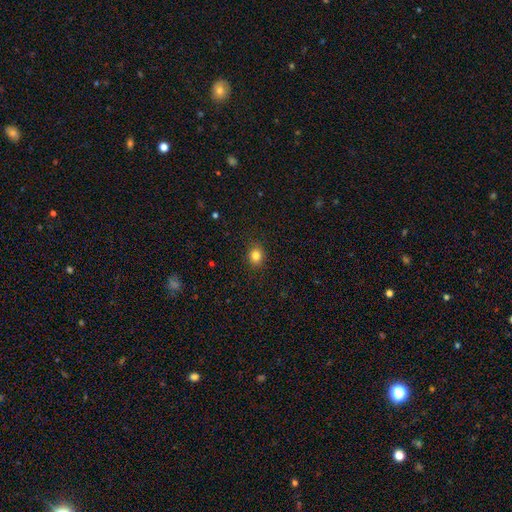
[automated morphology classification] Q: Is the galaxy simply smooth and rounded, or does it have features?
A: smooth — 83%.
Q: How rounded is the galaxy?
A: round — 74%.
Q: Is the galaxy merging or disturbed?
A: none — 89%.